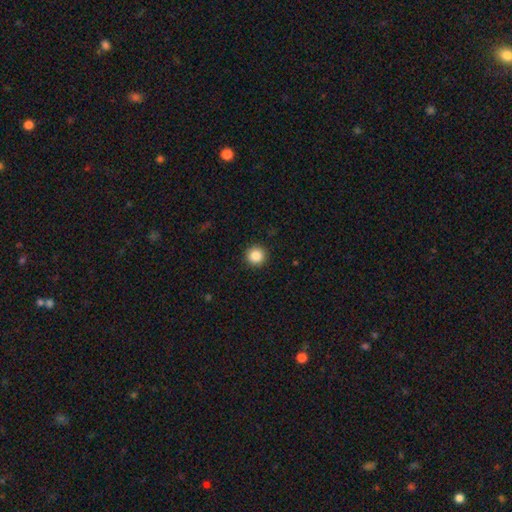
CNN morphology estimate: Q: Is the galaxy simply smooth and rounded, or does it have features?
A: smooth — 87%.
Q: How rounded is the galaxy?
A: round — 95%.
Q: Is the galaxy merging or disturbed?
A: none — 93%.